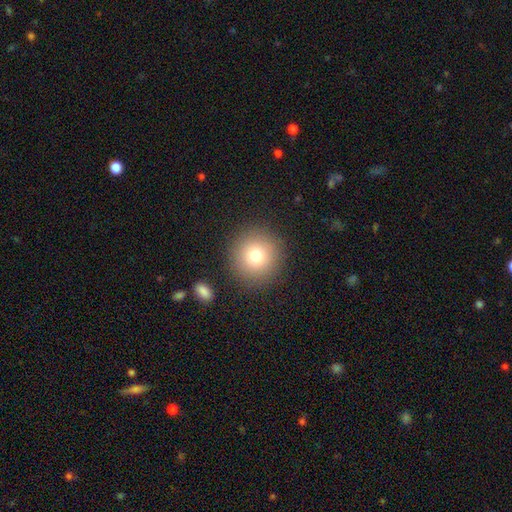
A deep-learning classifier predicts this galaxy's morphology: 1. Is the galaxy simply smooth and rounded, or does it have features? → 76% smooth, 13% star or artifact, 12% featured or disk.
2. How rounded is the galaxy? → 95% round, 4% in between, 1% cigar-shaped.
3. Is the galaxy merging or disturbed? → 89% none, 6% minor disturbance, 3% major disturbance, 2% merger.